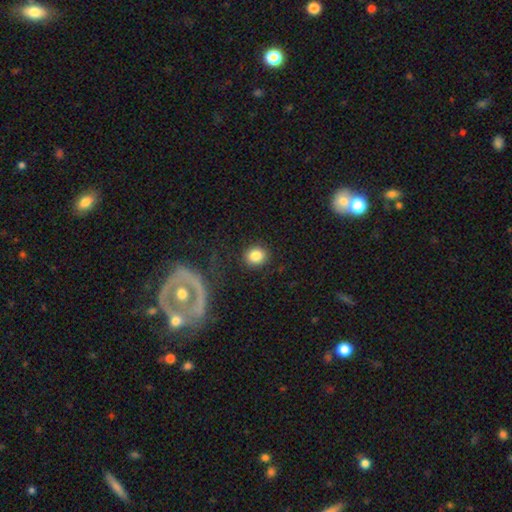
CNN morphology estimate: Smooth or featured? smooth (83%)
How rounded? round (78%)
Merging? none (88%)